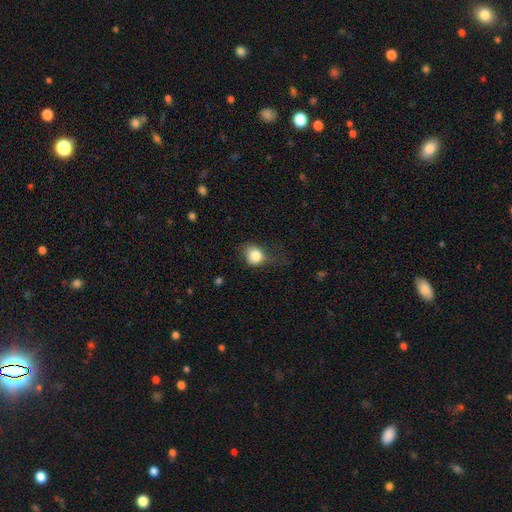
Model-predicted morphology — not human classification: This appears to be a smooth galaxy with no disk features (82%) that is round (61%). Merging: none (42%).